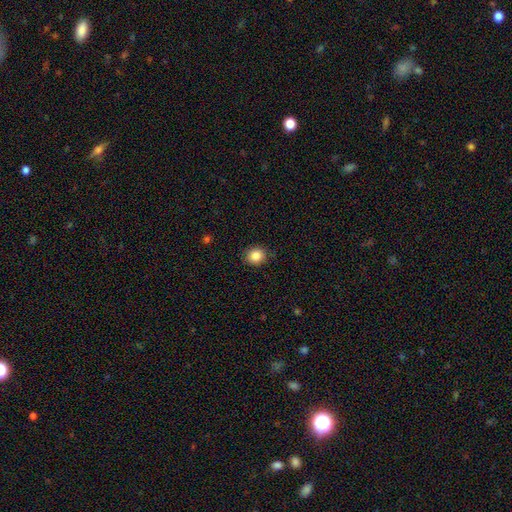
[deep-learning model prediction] Q: Smooth or featured?
A: smooth (86%); runner-up: star or artifact (10%)
Q: How rounded?
A: round (75%); runner-up: in between (24%)
Q: Merging?
A: none (88%); runner-up: minor disturbance (9%)